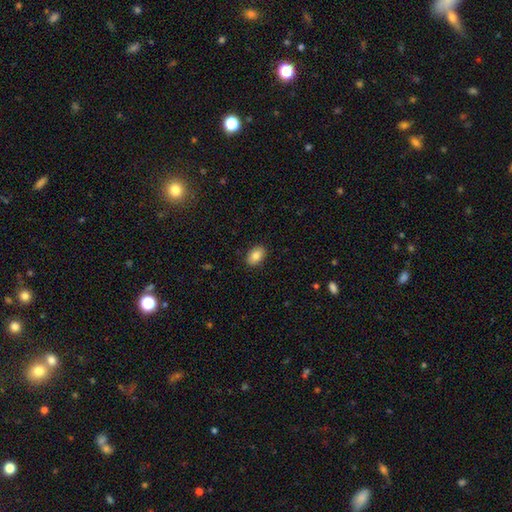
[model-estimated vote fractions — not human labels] Smooth or featured: smooth — 85% (star or artifact — 8%)
How rounded: in between — 87% (round — 12%)
Merging: none — 88% (minor disturbance — 9%)